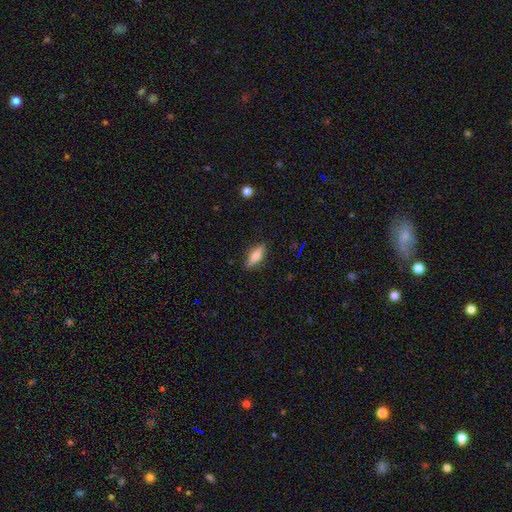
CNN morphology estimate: Q: Smooth or featured?
A: smooth (65%); runner-up: featured or disk (27%)
Q: How rounded?
A: in between (50%); runner-up: cigar-shaped (47%)
Q: Merging?
A: none (85%); runner-up: minor disturbance (11%)